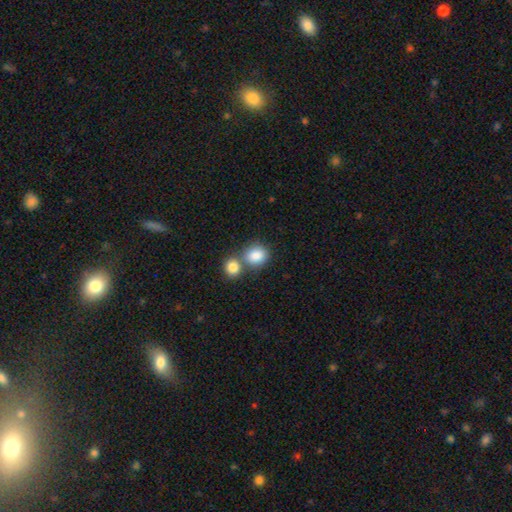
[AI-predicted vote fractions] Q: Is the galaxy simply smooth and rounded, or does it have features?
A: smooth — 86%.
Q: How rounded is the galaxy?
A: round — 73%.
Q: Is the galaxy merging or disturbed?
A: none — 46%.